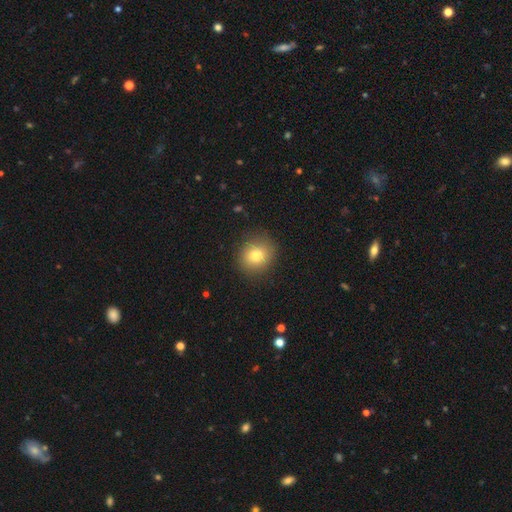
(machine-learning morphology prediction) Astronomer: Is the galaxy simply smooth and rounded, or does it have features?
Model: smooth — 78%.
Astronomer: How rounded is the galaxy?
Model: round — 82%.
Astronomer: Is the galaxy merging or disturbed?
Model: none — 85%.